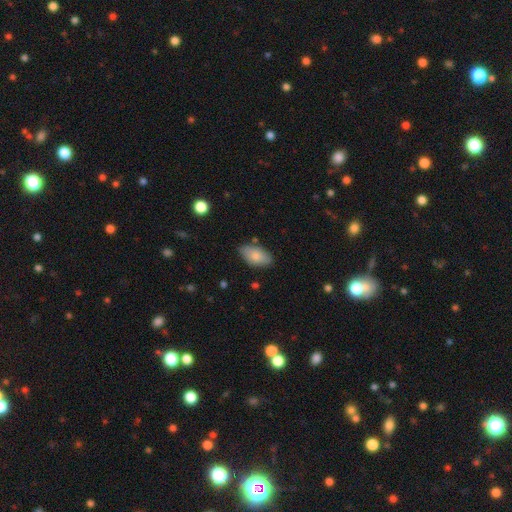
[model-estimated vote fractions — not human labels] Q: Smooth or featured?
A: smooth (82%); runner-up: featured or disk (11%)
Q: How rounded?
A: in between (94%); runner-up: cigar-shaped (3%)
Q: Merging?
A: none (78%); runner-up: minor disturbance (17%)